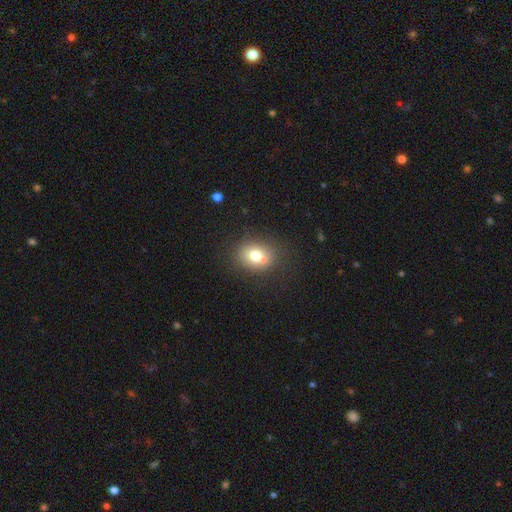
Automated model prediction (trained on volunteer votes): The model was most divided on "how rounded": round: 55%, in between: 44%, cigar-shaped: 1%. More confident: smooth or featured — smooth (72%); merging — none (62%).